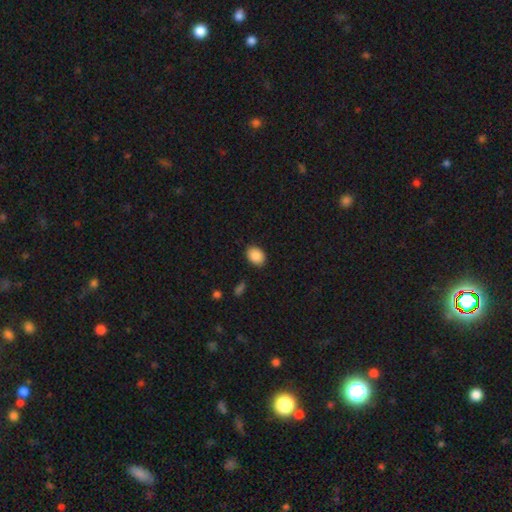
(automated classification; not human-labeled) Smooth or featured: smooth — 88% (star or artifact — 8%)
How rounded: in between — 73% (round — 26%)
Merging: none — 87% (minor disturbance — 9%)